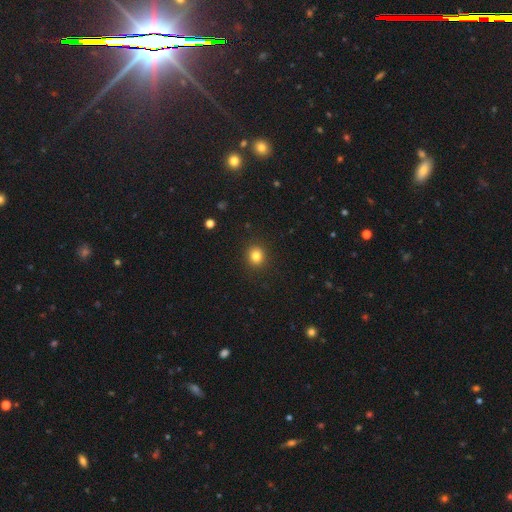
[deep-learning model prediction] This appears to be a smooth galaxy with no disk features (83%) that is round (85%). Merging: none (91%).